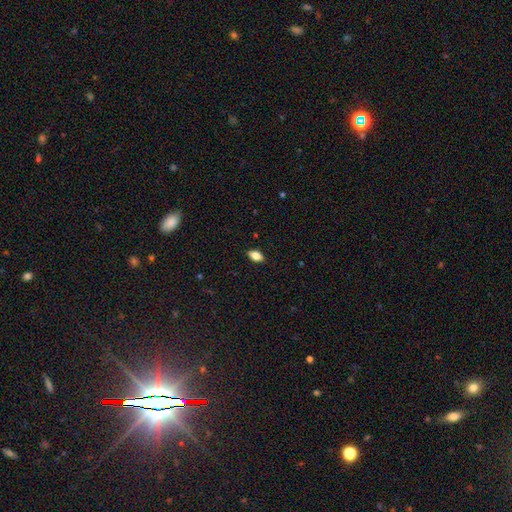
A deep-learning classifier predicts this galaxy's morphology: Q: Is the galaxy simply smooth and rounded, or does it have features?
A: smooth — 80%.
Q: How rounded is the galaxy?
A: in between — 89%.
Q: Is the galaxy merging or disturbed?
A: none — 88%.